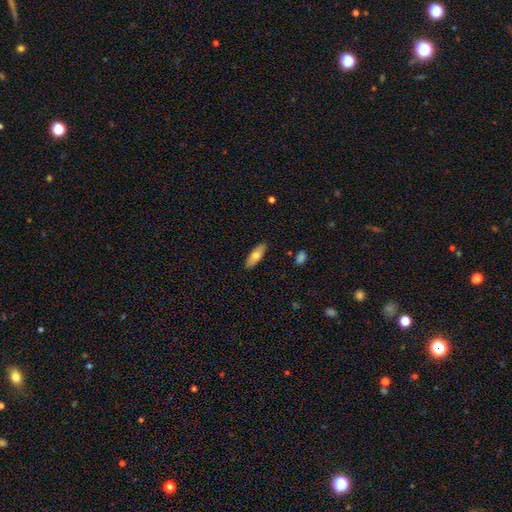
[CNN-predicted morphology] smooth-or-featured: smooth: 66% | featured or disk: 27% | star or artifact: 6%
  how-rounded: in between: 56% | cigar-shaped: 42% | round: 2%
  merging: none: 89% | minor disturbance: 8% | major disturbance: 2% | merger: 1%